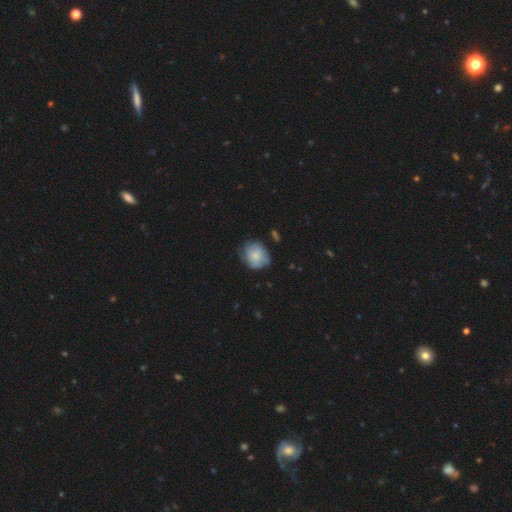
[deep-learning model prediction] A smooth galaxy with no disk features (62%) that is round (71%). Merging: none (62%).